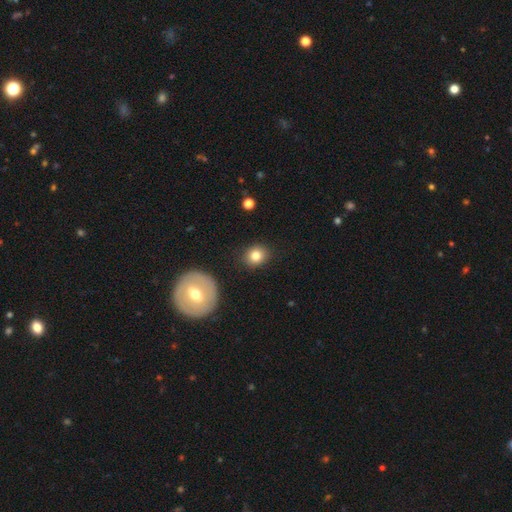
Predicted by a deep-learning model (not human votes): Q: Smooth or featured?
A: smooth (82%); runner-up: star or artifact (10%)
Q: How rounded?
A: round (70%); runner-up: in between (29%)
Q: Merging?
A: none (88%); runner-up: minor disturbance (8%)